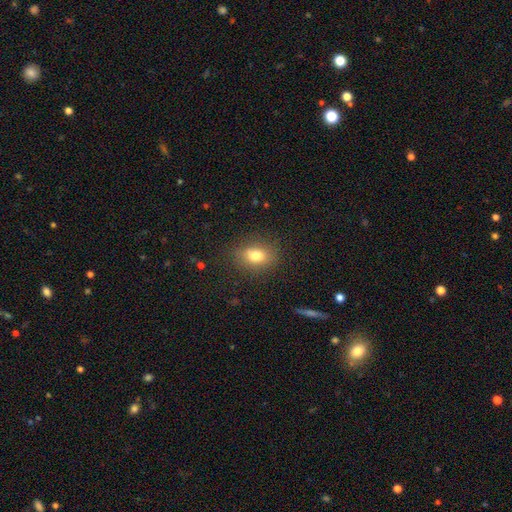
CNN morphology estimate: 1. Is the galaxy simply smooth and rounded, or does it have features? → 78% smooth, 11% featured or disk, 11% star or artifact.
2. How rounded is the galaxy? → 70% in between, 28% round, 2% cigar-shaped.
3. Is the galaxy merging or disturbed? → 84% none, 11% minor disturbance, 4% major disturbance, 1% merger.